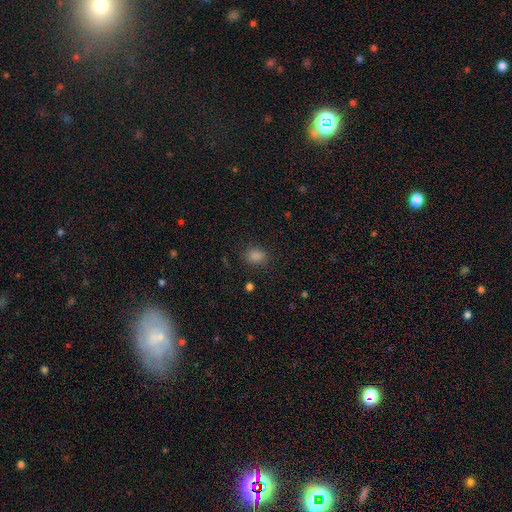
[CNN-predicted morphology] This appears to be a smooth galaxy with no disk features (81%) that is in between round and cigar-shaped (58%). Merging: none (84%).